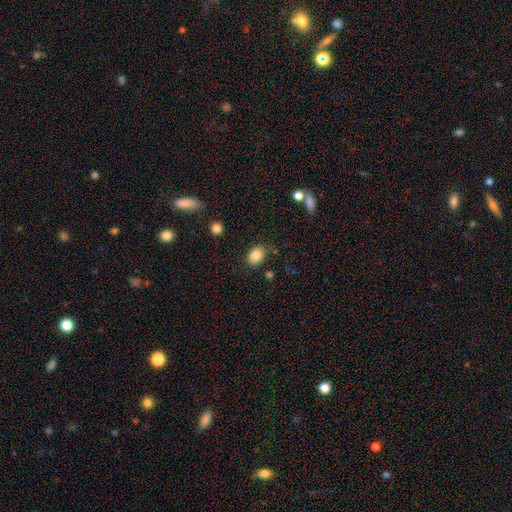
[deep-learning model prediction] Q: Smooth or featured?
A: smooth (85%); runner-up: star or artifact (9%)
Q: How rounded?
A: in between (64%); runner-up: round (35%)
Q: Merging?
A: none (81%); runner-up: minor disturbance (12%)